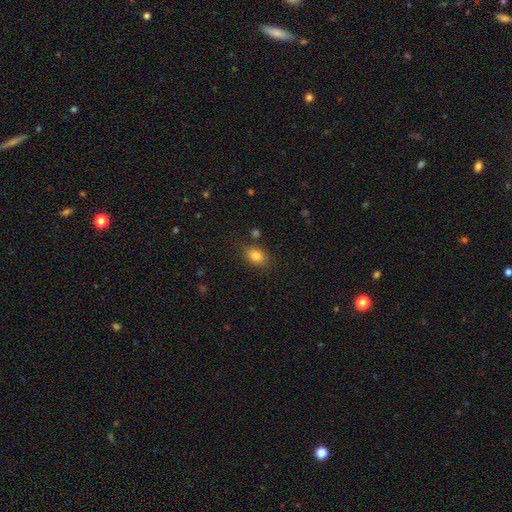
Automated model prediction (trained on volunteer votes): A smooth galaxy with no disk features (84%) that is in between round and cigar-shaped (72%).

Vote fractions:
- Smooth or featured? smooth: 84% / star or artifact: 10% / featured or disk: 6%
- How rounded? in between: 72% / round: 26% / cigar-shaped: 1%
- Merging? none: 80% / minor disturbance: 13% / major disturbance: 4% / merger: 3%